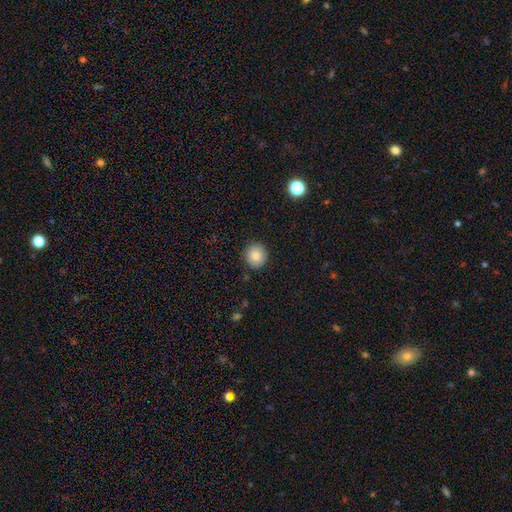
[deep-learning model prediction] A smooth galaxy with no disk features (85%) that is round (91%).

Vote fractions:
- Smooth or featured? smooth: 85% / star or artifact: 9% / featured or disk: 6%
- How rounded? round: 91% / in between: 9% / cigar-shaped: 1%
- Merging? none: 91% / minor disturbance: 6% / major disturbance: 2% / merger: 1%